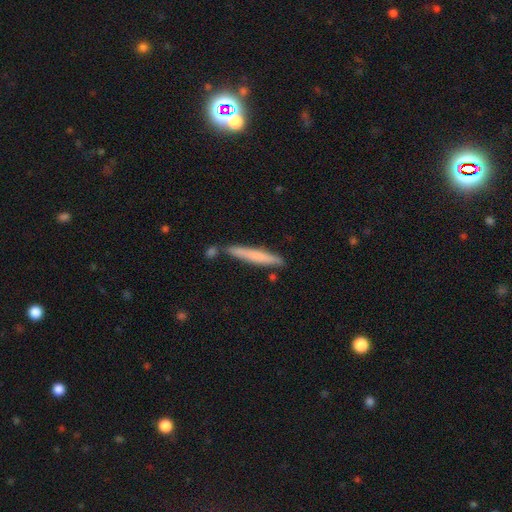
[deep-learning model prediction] smooth_or_featured: smooth (p=0.67) [alt: featured or disk p=0.27]
how_rounded: cigar-shaped (p=0.95) [alt: in between p=0.03]
merging: none (p=0.80) [alt: minor disturbance p=0.12]